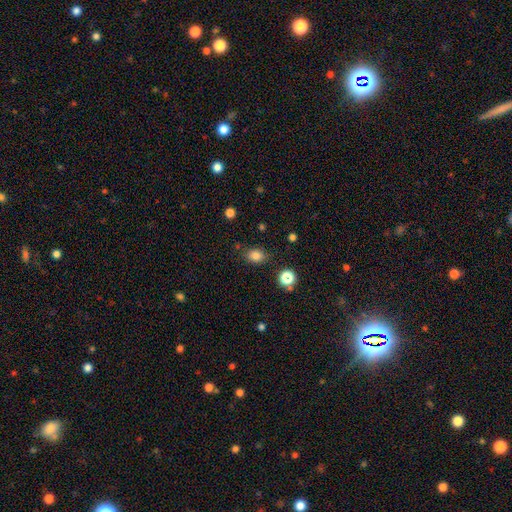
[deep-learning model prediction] Smooth or featured: smooth — 80% (star or artifact — 14%)
How rounded: in between — 59% (round — 39%)
Merging: none — 81% (minor disturbance — 12%)